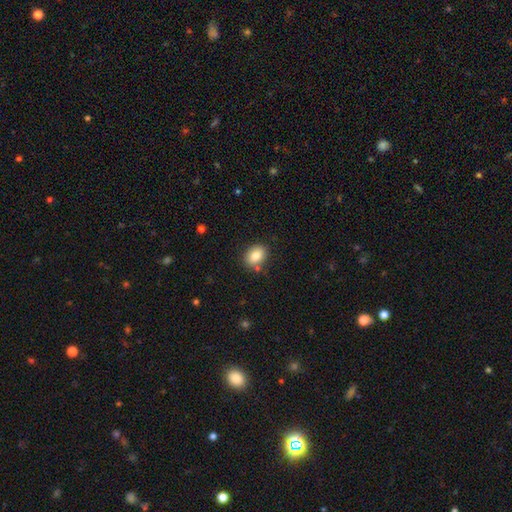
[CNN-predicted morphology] Q: Smooth or featured?
A: smooth (82%); runner-up: featured or disk (9%)
Q: How rounded?
A: in between (65%); runner-up: round (34%)
Q: Merging?
A: none (82%); runner-up: minor disturbance (11%)